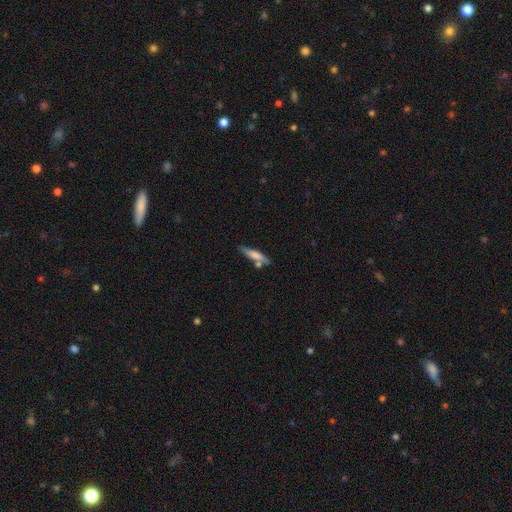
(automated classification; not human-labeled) Q: Smooth or featured?
A: smooth (68%); runner-up: featured or disk (26%)
Q: How rounded?
A: cigar-shaped (83%); runner-up: in between (15%)
Q: Merging?
A: none (66%); runner-up: minor disturbance (16%)